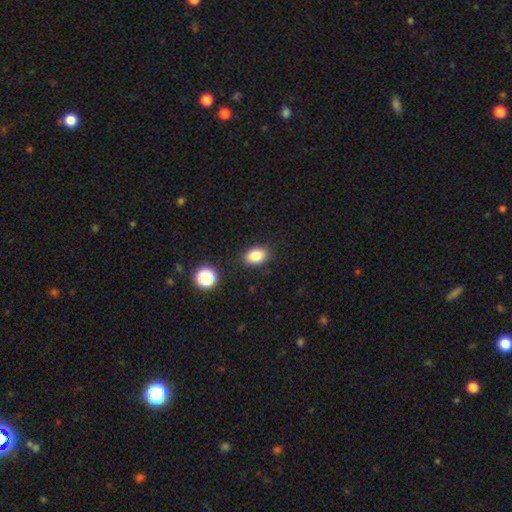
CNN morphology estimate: type=smooth (83%); roundness=in between (78%); merging=none (86%).